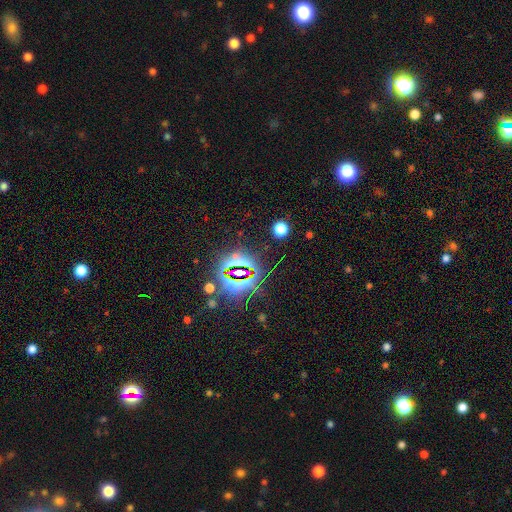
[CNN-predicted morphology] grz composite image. It shows a star or artifact, not a galaxy (83%).